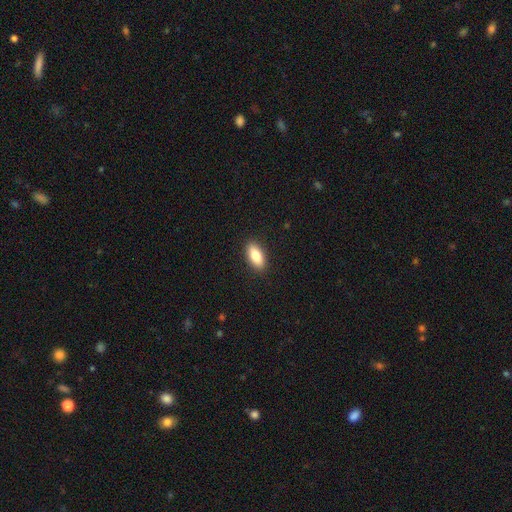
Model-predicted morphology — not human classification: Smooth or featured: smooth — 82% (featured or disk — 11%)
How rounded: in between — 86% (cigar-shaped — 11%)
Merging: none — 90% (minor disturbance — 7%)